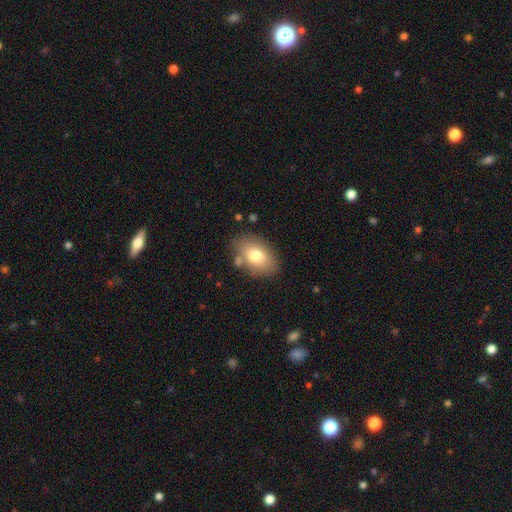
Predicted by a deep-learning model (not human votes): A smooth galaxy with no disk features (76%) that is in between round and cigar-shaped (85%).

Vote fractions:
- Smooth or featured? smooth: 76% / featured or disk: 16% / star or artifact: 8%
- How rounded? in between: 85% / round: 14% / cigar-shaped: 1%
- Merging? none: 77% / minor disturbance: 14% / merger: 5% / major disturbance: 4%